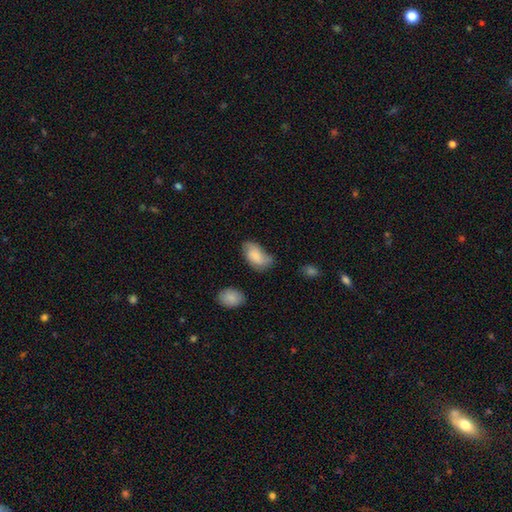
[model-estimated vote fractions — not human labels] Overall: smooth (72%). How rounded: in between (93%). Merging: none (50%; minor disturbance 34%).